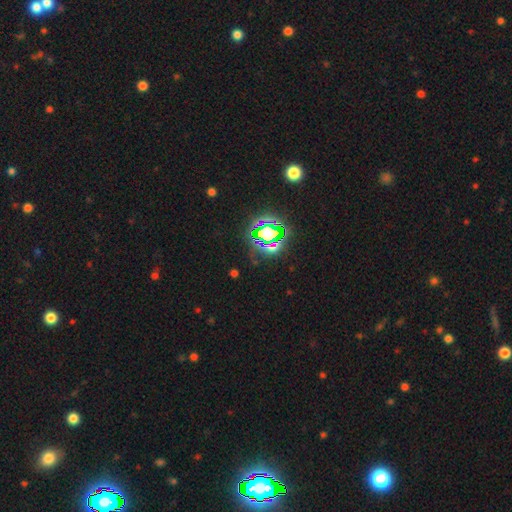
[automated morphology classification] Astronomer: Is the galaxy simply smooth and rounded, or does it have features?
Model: star or artifact — 81%.